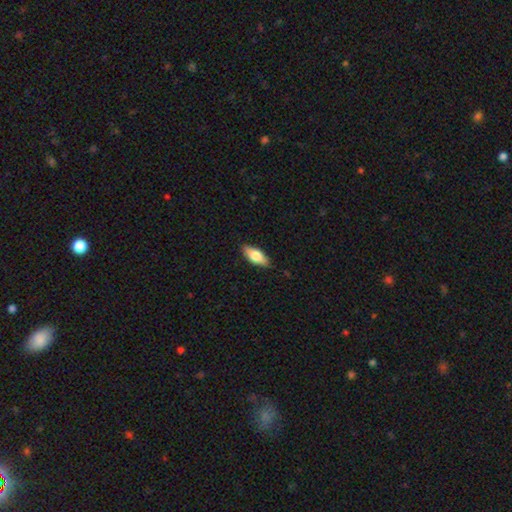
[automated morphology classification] smooth_or_featured: smooth (p=0.72) [alt: featured or disk p=0.22]
how_rounded: in between (p=0.82) [alt: cigar-shaped p=0.15]
merging: none (p=0.86) [alt: minor disturbance p=0.11]